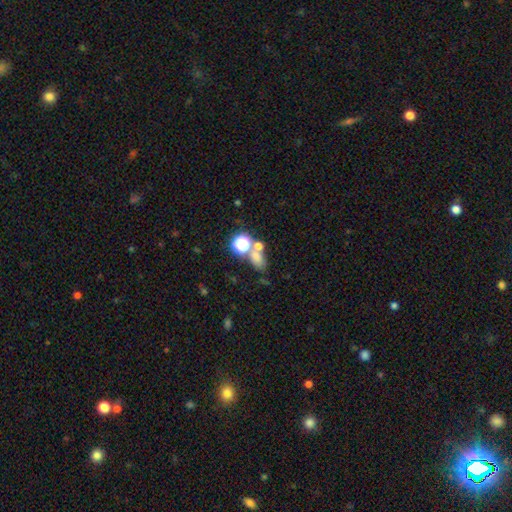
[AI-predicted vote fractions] This is likely a smooth galaxy (62%). How rounded: possibly in between (57%). Merging: possibly none (47%).